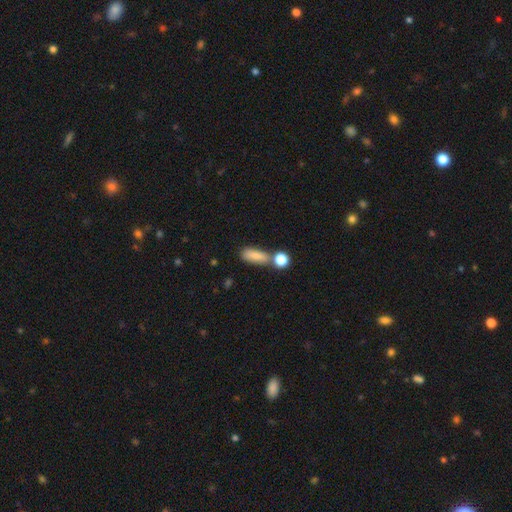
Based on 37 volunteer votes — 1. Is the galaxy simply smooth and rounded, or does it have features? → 78% smooth, 16% featured or disk, 5% star or artifact.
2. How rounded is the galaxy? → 62% in between, 38% cigar-shaped, 0% round.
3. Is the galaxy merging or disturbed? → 57% none, 40% merger, 3% minor disturbance, 0% major disturbance.